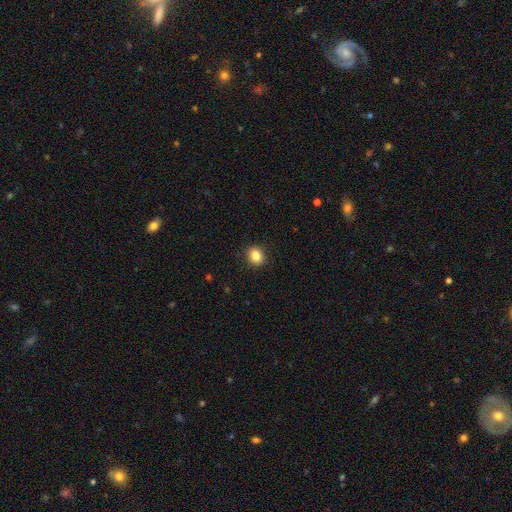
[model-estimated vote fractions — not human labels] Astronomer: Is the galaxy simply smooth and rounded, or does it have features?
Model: smooth — 85%.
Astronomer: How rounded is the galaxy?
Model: round — 63%.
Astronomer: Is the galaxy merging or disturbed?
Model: none — 90%.